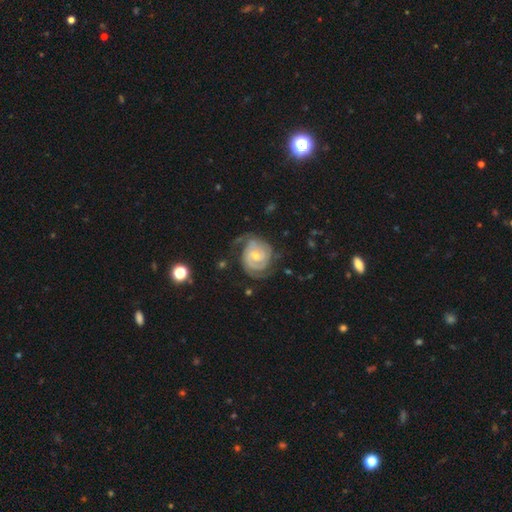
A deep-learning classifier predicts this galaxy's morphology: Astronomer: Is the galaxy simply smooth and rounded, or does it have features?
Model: featured or disk — 88%.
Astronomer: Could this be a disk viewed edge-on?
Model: no — 98%.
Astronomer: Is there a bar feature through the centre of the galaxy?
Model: no — 56% (runner-up: weak, 36%).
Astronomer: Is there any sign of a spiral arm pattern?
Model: yes — 97%.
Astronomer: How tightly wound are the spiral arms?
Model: tight — 69%.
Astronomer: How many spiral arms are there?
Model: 2 — 66%.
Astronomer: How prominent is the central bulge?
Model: moderate — 51% (runner-up: small, 45%).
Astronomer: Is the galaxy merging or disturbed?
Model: none — 64%.